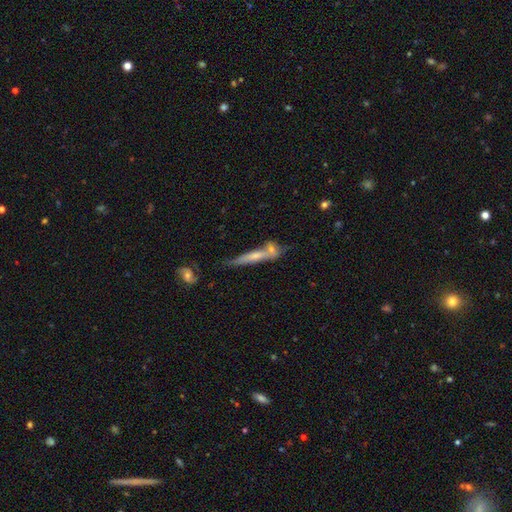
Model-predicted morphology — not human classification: This is possibly a smooth galaxy (46%, tied with featured or disk). Merging: marginally none (43%).